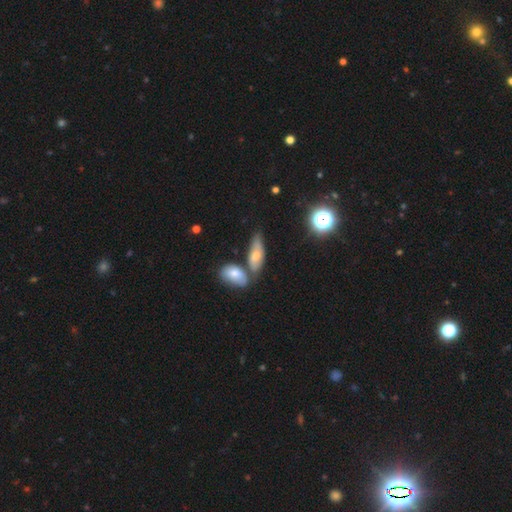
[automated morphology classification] Smooth or featured? Predicted: smooth (p=0.62). How rounded? Predicted: in between (p=0.73). Merging? Predicted: none (p=0.47).